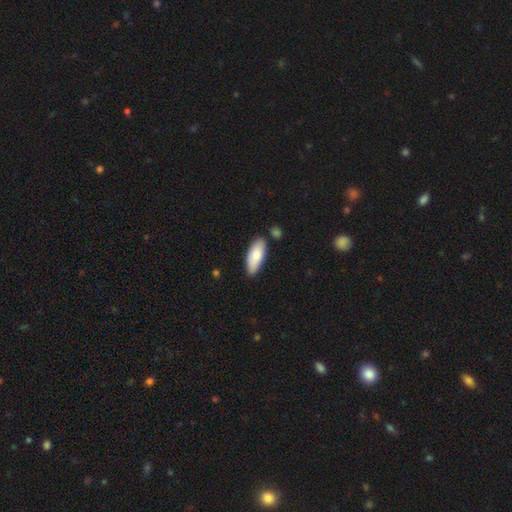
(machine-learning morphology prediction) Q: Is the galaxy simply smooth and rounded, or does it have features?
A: smooth — 85%.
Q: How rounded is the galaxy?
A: in between — 77%.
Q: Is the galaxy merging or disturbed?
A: none — 80%.